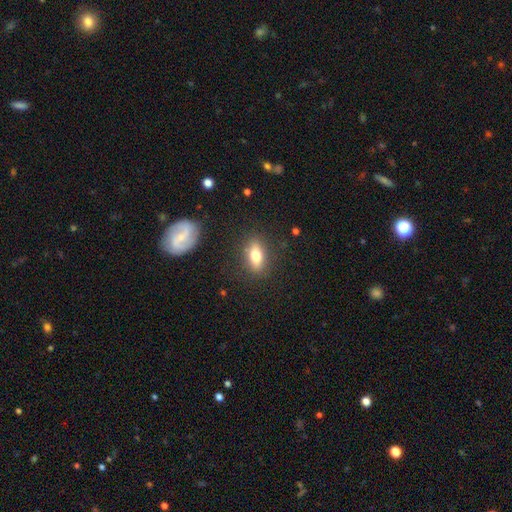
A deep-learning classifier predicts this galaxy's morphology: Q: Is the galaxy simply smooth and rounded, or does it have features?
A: smooth — 72%.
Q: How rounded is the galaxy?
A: in between — 77%.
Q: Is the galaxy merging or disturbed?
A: none — 85%.